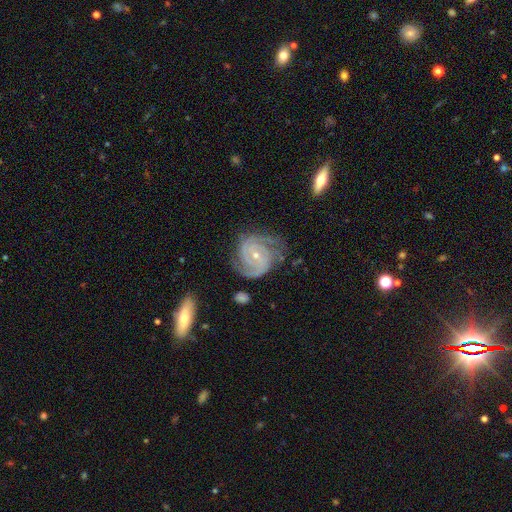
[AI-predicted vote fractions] Smooth or featured?
  - featured or disk: 91% *
  - star or artifact: 5%
  - smooth: 4%
Edge-on disk?
  - no: 98% *
  - yes: 2%
Bar?
  - no: 55% *
  - weak: 33%
  - strong: 13%
Spiral arms?
  - yes: 98% *
  - no: 2%
Spiral winding?
  - tight: 69% *
  - medium: 27%
  - loose: 4%
Spiral arm count?
  - 2: 42% *
  - 3: 30%
  - can't tell: 11%
  - 4: 8%
  - 1: 5%
  - more than 4: 5%
Bulge size?
  - small: 68% *
  - moderate: 30%
  - none: 1%
  - large: 1%
  - dominant: 1%
Merging?
  - none: 71% *
  - minor disturbance: 20%
  - major disturbance: 8%
  - merger: 2%